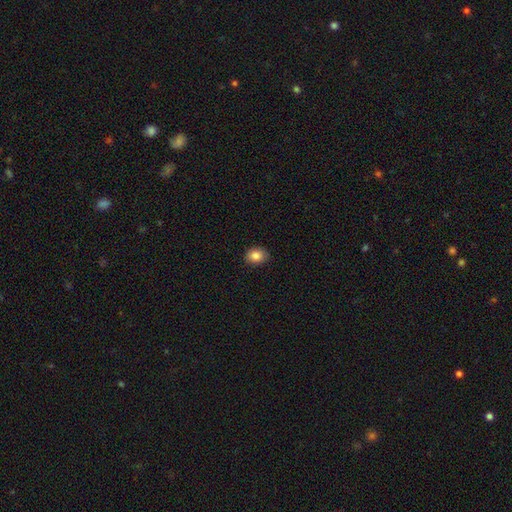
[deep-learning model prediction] A smooth galaxy with no disk features (85%) that is in between round and cigar-shaped (57%).

Vote fractions:
- Smooth or featured? smooth: 85% / star or artifact: 9% / featured or disk: 6%
- How rounded? in between: 57% / round: 42% / cigar-shaped: 1%
- Merging? none: 86% / minor disturbance: 11% / major disturbance: 2% / merger: 1%